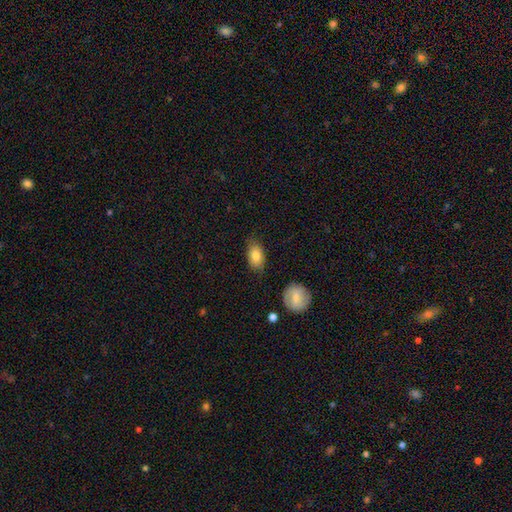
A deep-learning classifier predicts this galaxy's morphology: Smooth or featured?
  - smooth: 82% *
  - featured or disk: 11%
  - star or artifact: 7%
How rounded?
  - in between: 88% *
  - round: 10%
  - cigar-shaped: 2%
Merging?
  - none: 75% *
  - minor disturbance: 19%
  - major disturbance: 4%
  - merger: 2%